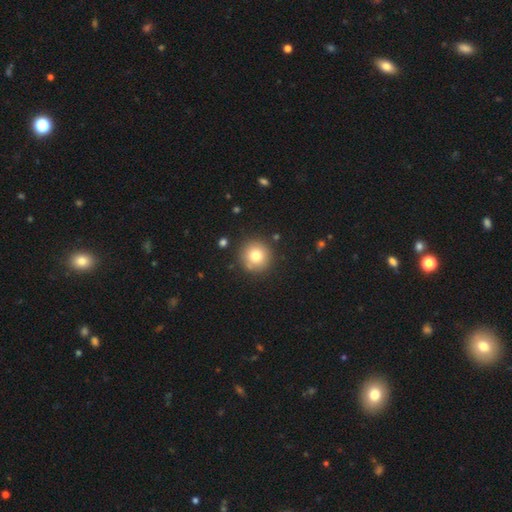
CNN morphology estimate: type=smooth (78%); roundness=round (95%); merging=none (87%).